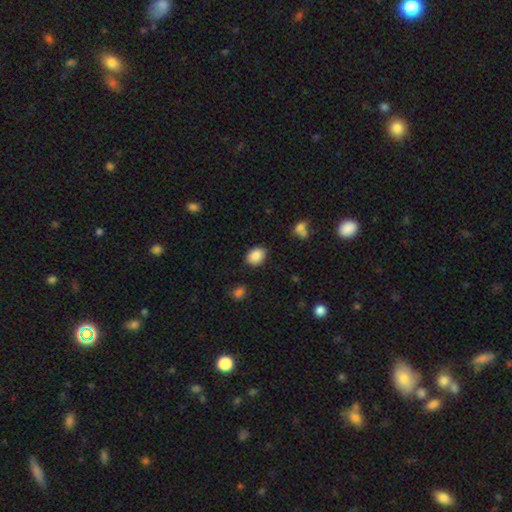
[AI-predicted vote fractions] A smooth galaxy with no disk features (87%) that is in between round and cigar-shaped (70%).

Vote fractions:
- Smooth or featured? smooth: 87% / star or artifact: 8% / featured or disk: 5%
- How rounded? in between: 70% / round: 29% / cigar-shaped: 1%
- Merging? none: 85% / minor disturbance: 10% / major disturbance: 3% / merger: 2%